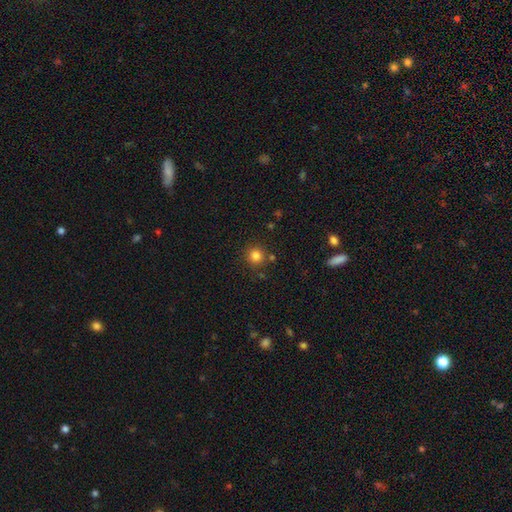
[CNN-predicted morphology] smooth-or-featured: smooth: 82% | star or artifact: 13% | featured or disk: 5%
  how-rounded: round: 93% | in between: 7% | cigar-shaped: 1%
  merging: none: 83% | minor disturbance: 8% | merger: 5% | major disturbance: 3%